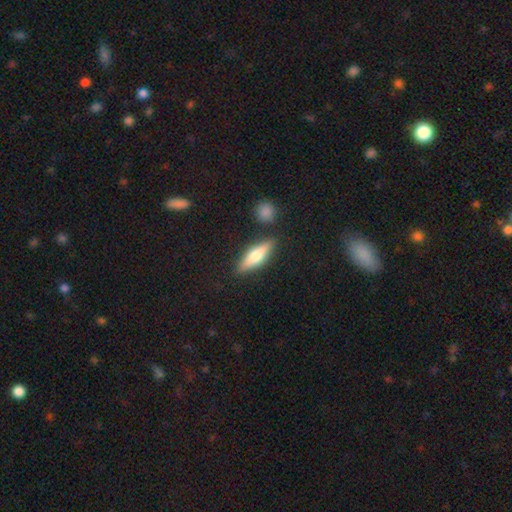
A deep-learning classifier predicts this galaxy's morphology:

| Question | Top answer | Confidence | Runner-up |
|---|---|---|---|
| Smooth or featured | smooth | 53% | featured or disk (41%) |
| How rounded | cigar-shaped | 58% | in between (39%) |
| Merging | none | 84% | minor disturbance (10%) |